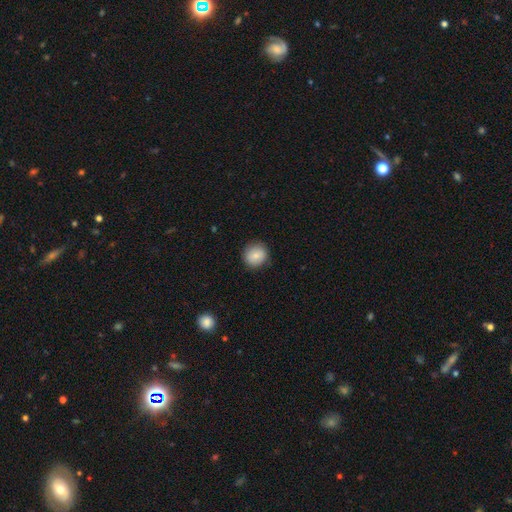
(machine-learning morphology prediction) smooth-or-featured: smooth: 82% | featured or disk: 10% | star or artifact: 8%
  how-rounded: round: 87% | in between: 12% | cigar-shaped: 1%
  merging: none: 86% | minor disturbance: 11% | major disturbance: 3% | merger: 1%